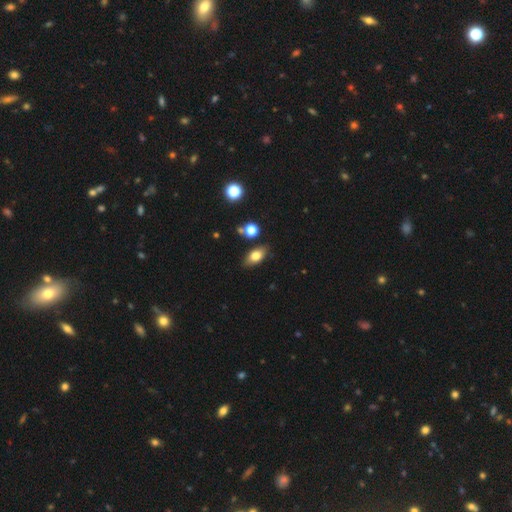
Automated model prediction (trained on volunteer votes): smooth-or-featured: smooth: 78% | featured or disk: 13% | star or artifact: 9%
  how-rounded: in between: 86% | round: 9% | cigar-shaped: 5%
  merging: none: 82% | minor disturbance: 11% | merger: 4% | major disturbance: 3%